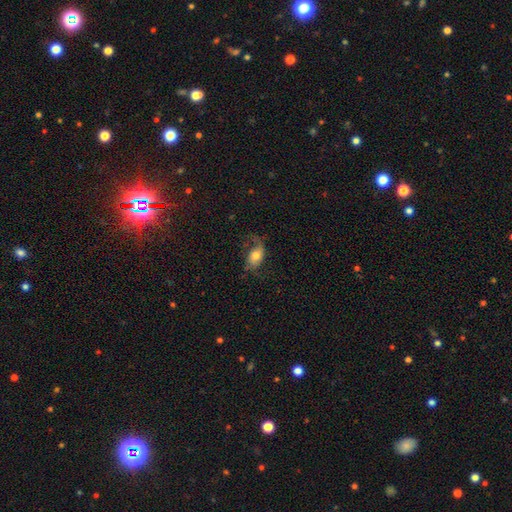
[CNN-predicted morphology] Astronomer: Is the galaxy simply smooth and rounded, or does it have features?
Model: smooth — 50% (runner-up: featured or disk, 41%).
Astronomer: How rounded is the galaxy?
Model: in between — 86%.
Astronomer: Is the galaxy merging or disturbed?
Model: none — 53%.